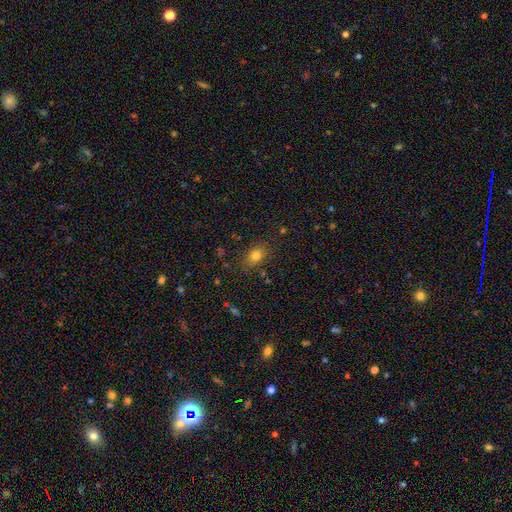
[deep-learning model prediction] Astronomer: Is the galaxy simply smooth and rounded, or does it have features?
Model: smooth — 79%.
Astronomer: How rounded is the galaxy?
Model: in between — 65%.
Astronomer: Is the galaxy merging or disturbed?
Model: none — 81%.